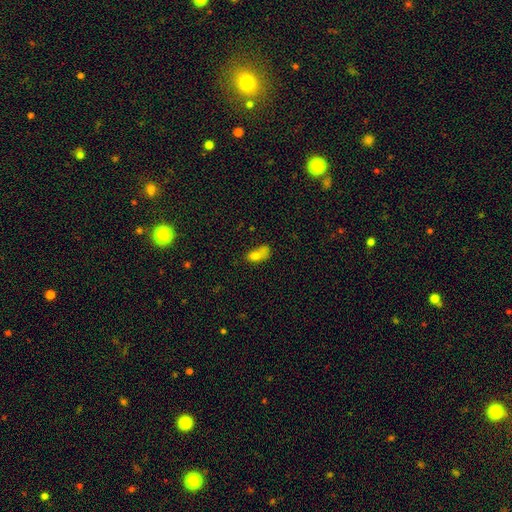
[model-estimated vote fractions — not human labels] smooth_or_featured: smooth (p=0.72) [alt: featured or disk p=0.16]
how_rounded: in between (p=0.74) [alt: round p=0.22]
merging: merger (p=0.45) [alt: none p=0.23]